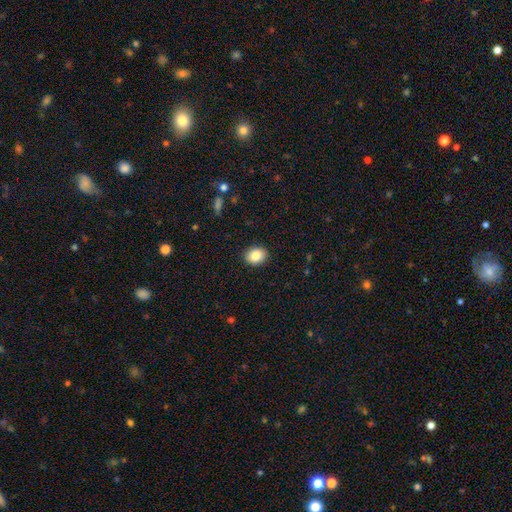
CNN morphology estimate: Smooth or featured?
  - smooth: 85% *
  - star or artifact: 8%
  - featured or disk: 6%
How rounded?
  - in between: 55% *
  - round: 44%
  - cigar-shaped: 1%
Merging?
  - none: 91% *
  - minor disturbance: 7%
  - major disturbance: 2%
  - merger: 1%